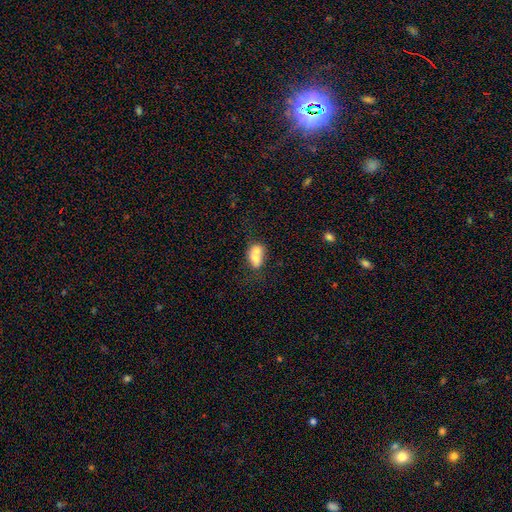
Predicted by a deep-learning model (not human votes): Smooth or featured?
  - smooth: 65% *
  - featured or disk: 26%
  - star or artifact: 9%
How rounded?
  - in between: 64% *
  - round: 34%
  - cigar-shaped: 2%
Merging?
  - merger: 63% *
  - none: 23%
  - minor disturbance: 9%
  - major disturbance: 5%